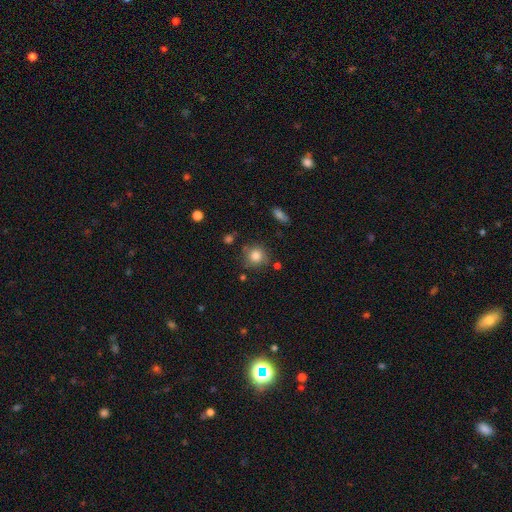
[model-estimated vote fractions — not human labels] This appears to be a smooth galaxy with no disk features (82%) that is round (89%). Merging: none (77%).